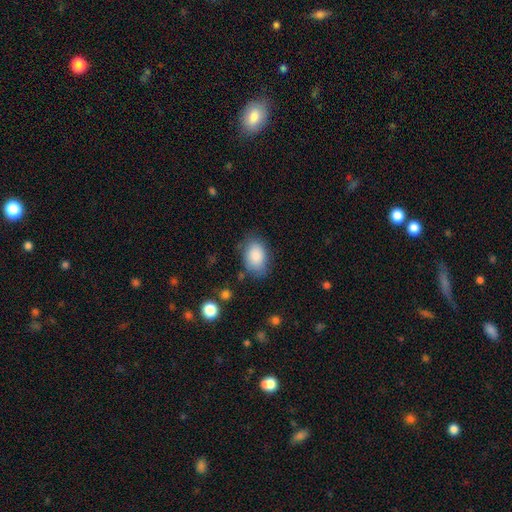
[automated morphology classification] A smooth galaxy with no disk features (87%) that is in between round and cigar-shaped (84%). Merging: none (72%).